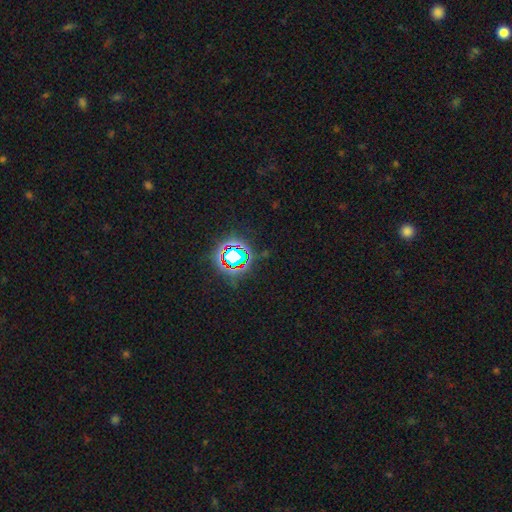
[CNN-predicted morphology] smooth_or_featured: star or artifact (p=0.80) [alt: smooth p=0.13]